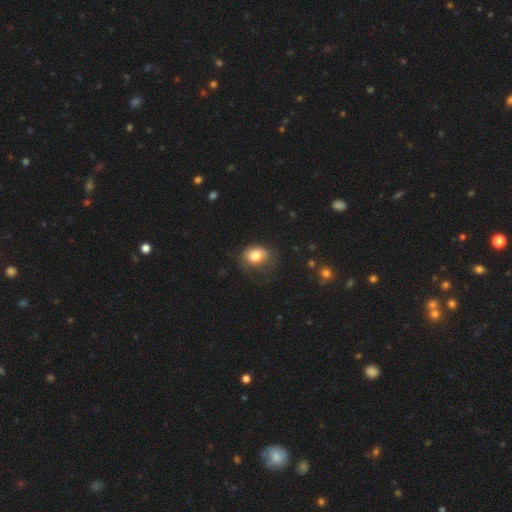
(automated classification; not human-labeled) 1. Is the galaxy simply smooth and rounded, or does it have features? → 79% smooth, 12% featured or disk, 8% star or artifact.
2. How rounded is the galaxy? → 57% in between, 42% round, 1% cigar-shaped.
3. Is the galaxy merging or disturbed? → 57% none, 28% minor disturbance, 14% major disturbance, 2% merger.